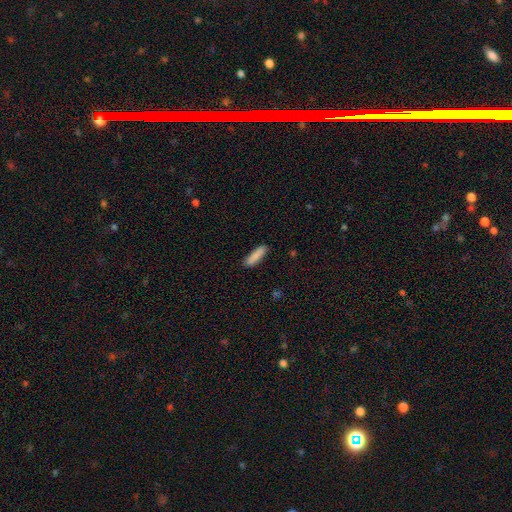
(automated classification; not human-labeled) A smooth galaxy with no disk features (86%) that is cigar-shaped (73%).

Vote fractions:
- Smooth or featured? smooth: 86% / featured or disk: 8% / star or artifact: 6%
- How rounded? cigar-shaped: 73% / in between: 26% / round: 1%
- Merging? none: 86% / minor disturbance: 11% / major disturbance: 2% / merger: 2%